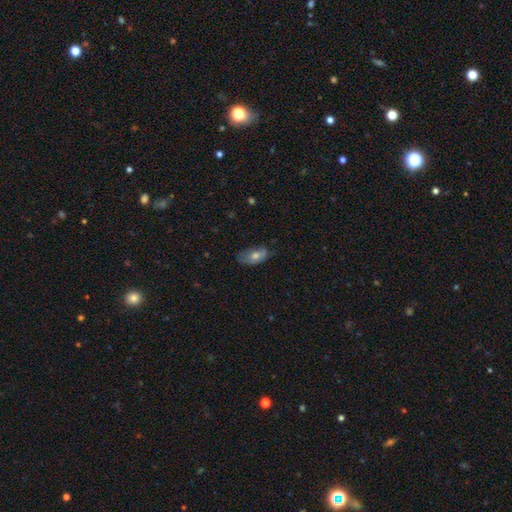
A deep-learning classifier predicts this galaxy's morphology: Smooth or featured? Predicted: smooth (p=0.60). How rounded? Predicted: in between (p=0.89). Merging? Predicted: none (p=0.62).